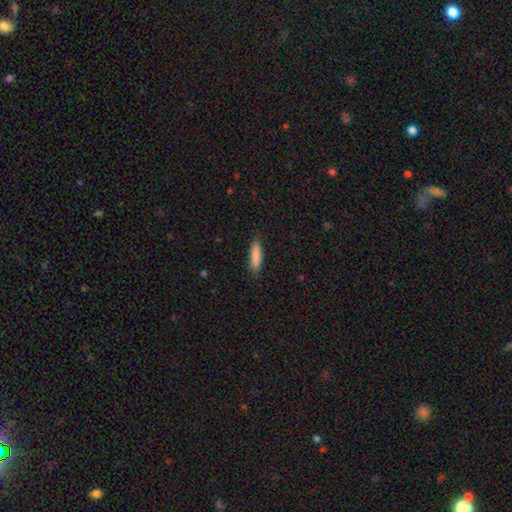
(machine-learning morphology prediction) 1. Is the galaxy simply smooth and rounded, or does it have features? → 86% smooth, 8% featured or disk, 6% star or artifact.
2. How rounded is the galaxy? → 73% cigar-shaped, 26% in between, 1% round.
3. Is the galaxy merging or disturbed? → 87% none, 10% minor disturbance, 2% major disturbance, 1% merger.